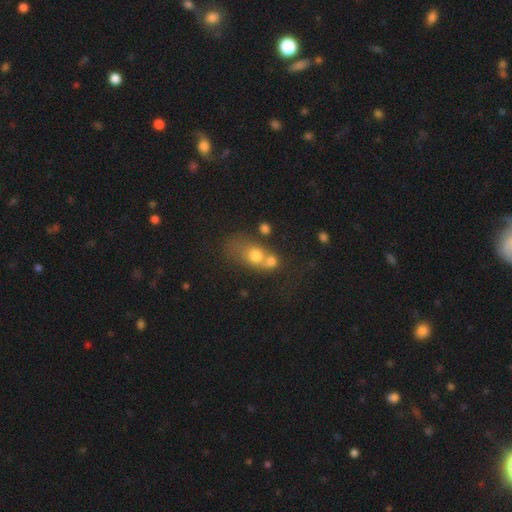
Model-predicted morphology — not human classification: Overall: smooth (68%). How rounded: round (49%; in between 48%). Merging: merger (65%).